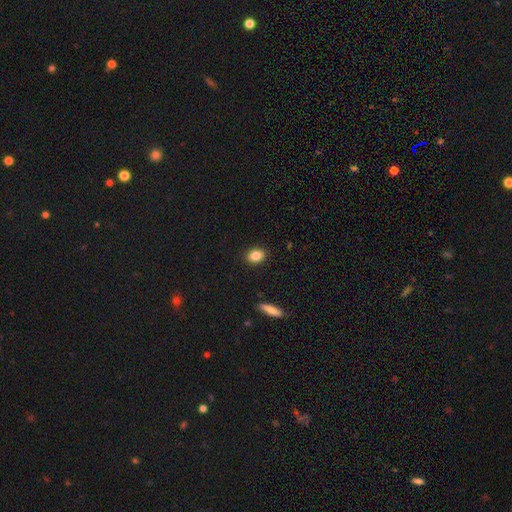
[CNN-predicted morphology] smooth 85%, star or artifact 9%, featured or disk 6%. Down the decision tree: how rounded — in between (73%); merging — none (90%).